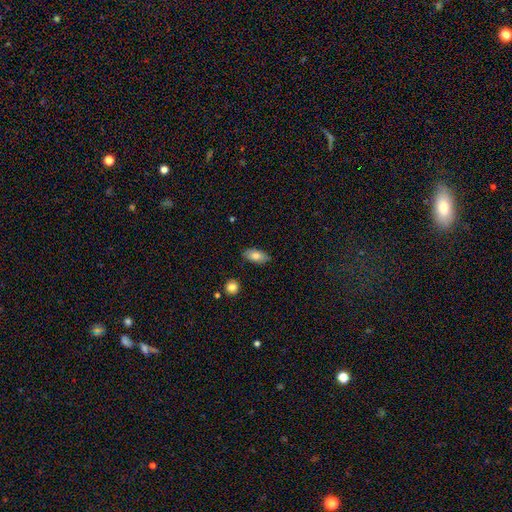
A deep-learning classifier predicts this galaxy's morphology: Smooth or featured? smooth (78%)
How rounded? in between (90%)
Merging? none (82%)